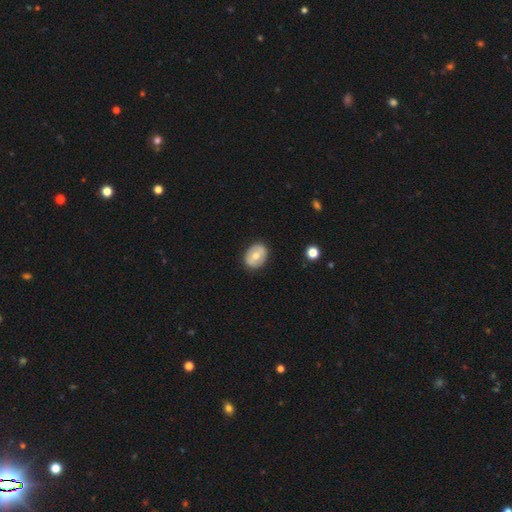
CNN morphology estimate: smooth_or_featured: smooth (p=0.60) [alt: featured or disk p=0.33]
how_rounded: in between (p=0.63) [alt: round p=0.36]
merging: none (p=0.87) [alt: minor disturbance p=0.10]